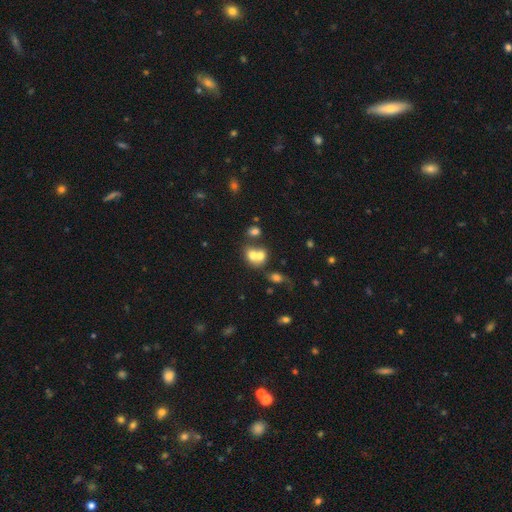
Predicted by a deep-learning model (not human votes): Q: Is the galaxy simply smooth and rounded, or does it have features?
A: smooth — 67%.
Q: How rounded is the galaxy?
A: round — 55%.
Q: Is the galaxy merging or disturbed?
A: merger — 63%.